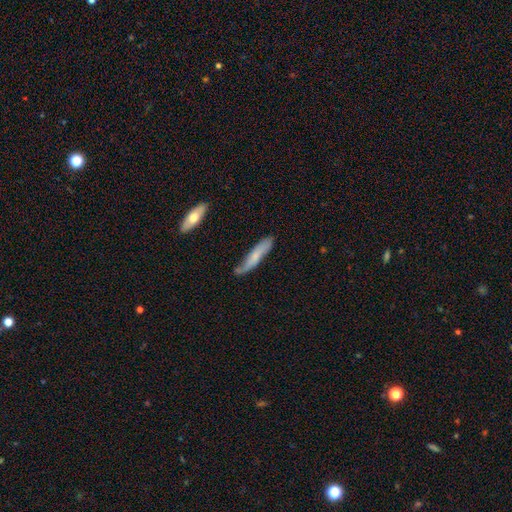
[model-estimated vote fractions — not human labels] Smooth or featured? smooth (55%)
How rounded? cigar-shaped (83%)
Merging? none (62%)